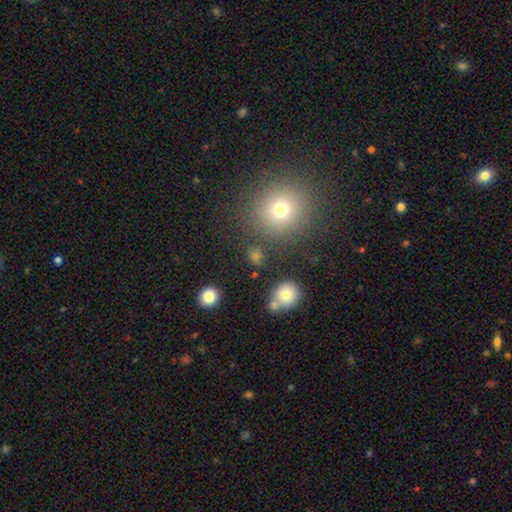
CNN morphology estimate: smooth_or_featured: smooth (p=0.72) [alt: star or artifact p=0.20]
how_rounded: round (p=0.78) [alt: in between p=0.20]
merging: none (p=0.79) [alt: minor disturbance p=0.10]